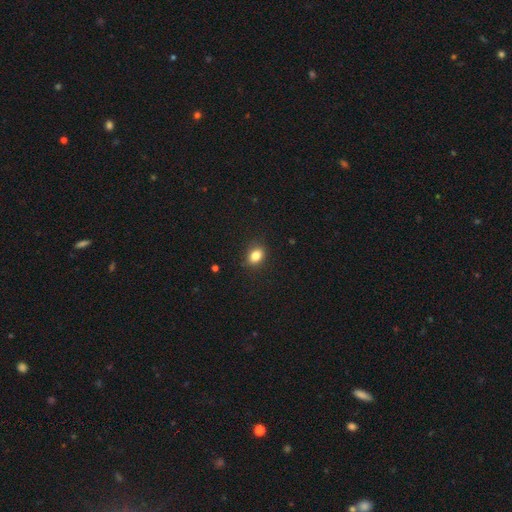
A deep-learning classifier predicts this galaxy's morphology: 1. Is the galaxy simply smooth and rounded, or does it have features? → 84% smooth, 10% star or artifact, 6% featured or disk.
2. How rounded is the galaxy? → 67% in between, 32% round, 1% cigar-shaped.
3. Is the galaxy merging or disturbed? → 87% none, 10% minor disturbance, 2% major disturbance, 1% merger.